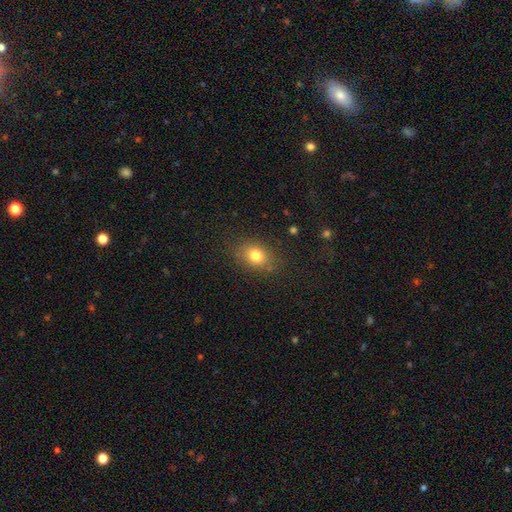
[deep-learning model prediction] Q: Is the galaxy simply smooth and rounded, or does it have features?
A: smooth — 79%.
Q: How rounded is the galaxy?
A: in between — 60%.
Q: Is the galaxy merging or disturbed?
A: none — 82%.